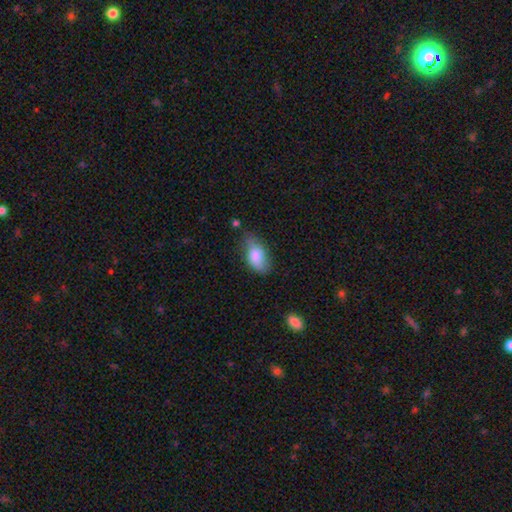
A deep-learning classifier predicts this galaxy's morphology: A smooth galaxy with no disk features (81%) that is in between round and cigar-shaped (91%). Merging: none (56%).